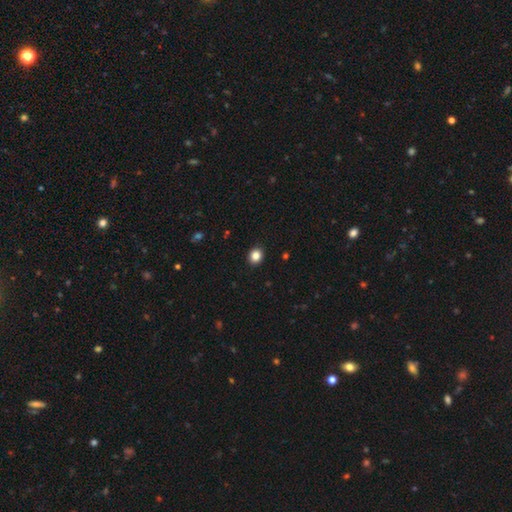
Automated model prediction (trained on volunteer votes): smooth 85%, star or artifact 10%, featured or disk 4%. Down the decision tree: how rounded — round (72%); merging — none (92%).